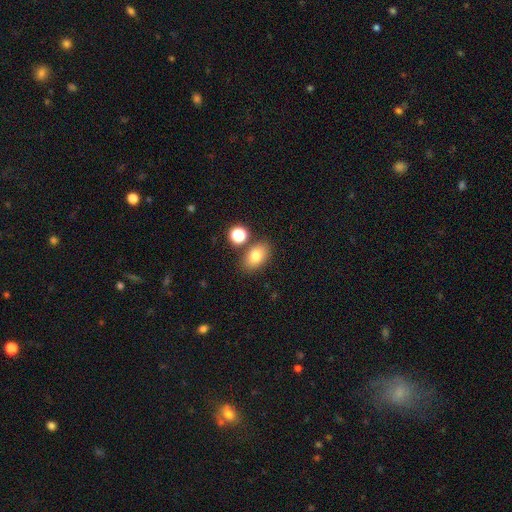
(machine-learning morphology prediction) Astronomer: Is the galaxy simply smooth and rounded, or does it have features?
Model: smooth — 79%.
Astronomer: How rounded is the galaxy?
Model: in between — 84%.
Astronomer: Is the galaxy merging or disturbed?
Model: none — 78%.